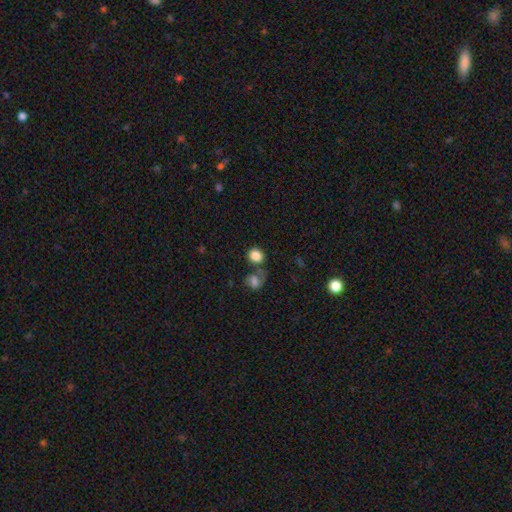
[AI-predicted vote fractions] Smooth or featured: smooth — 84% (star or artifact — 9%)
How rounded: round — 71% (in between — 28%)
Merging: none — 54% (merger — 27%)